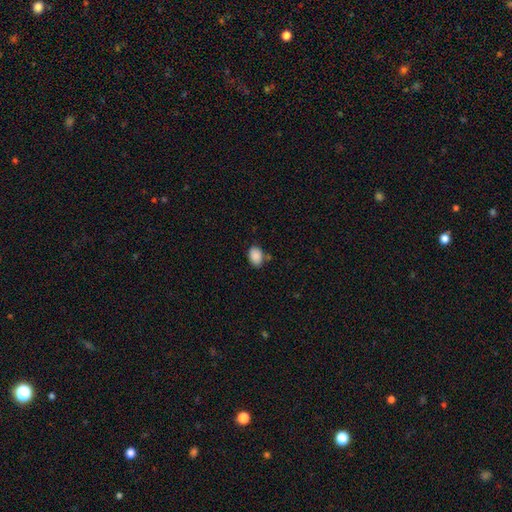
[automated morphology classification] smooth-or-featured: smooth: 89% | star or artifact: 8% | featured or disk: 4%
  how-rounded: in between: 78% | round: 21% | cigar-shaped: 1%
  merging: none: 74% | minor disturbance: 16% | merger: 6% | major disturbance: 4%